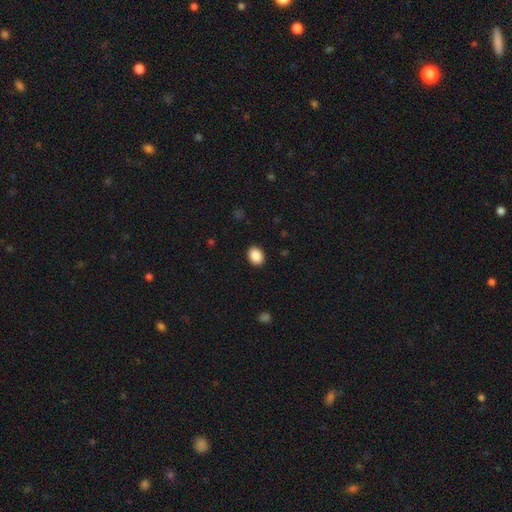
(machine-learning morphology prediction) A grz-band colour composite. It shows a smooth galaxy with no disk features (88%) that is in between round and cigar-shaped (64%). Merging: none (90%).